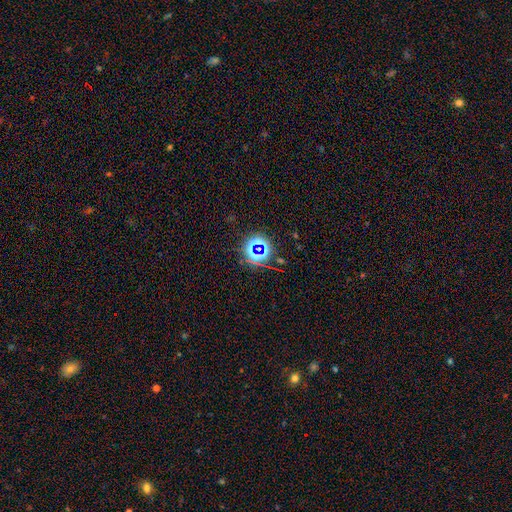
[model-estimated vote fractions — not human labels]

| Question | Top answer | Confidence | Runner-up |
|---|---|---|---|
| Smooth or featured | star or artifact | 75% | smooth (16%) |